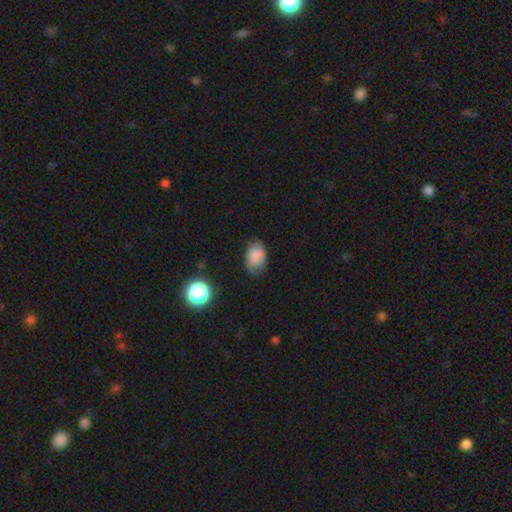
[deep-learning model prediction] A smooth galaxy with no disk features (78%) that is in between round and cigar-shaped (79%). Merging: none (61%).